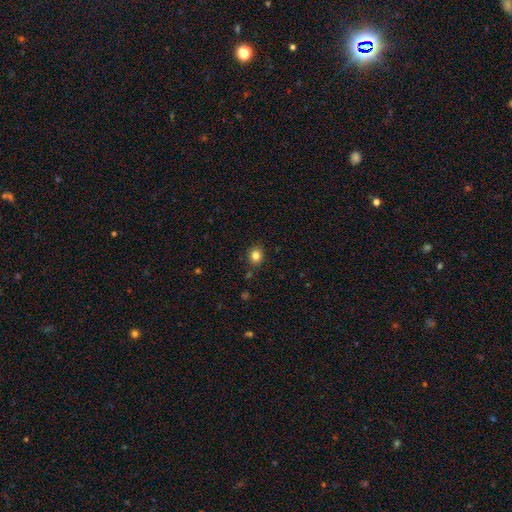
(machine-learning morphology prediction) Smooth or featured? smooth (82%)
How rounded? round (76%)
Merging? none (87%)